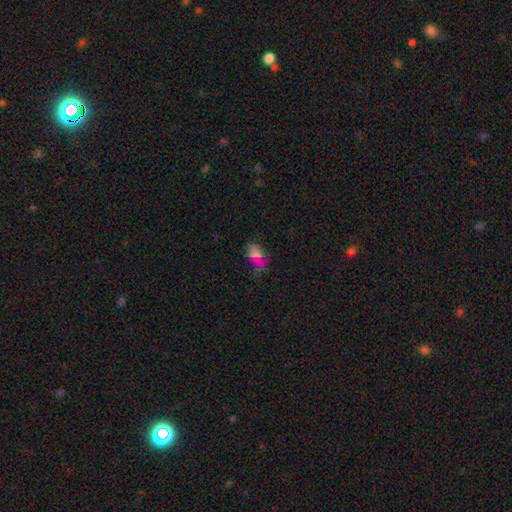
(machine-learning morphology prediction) This appears to be a smooth galaxy with no disk features (64%) that is in between round and cigar-shaped (88%). Merging: none (52%).